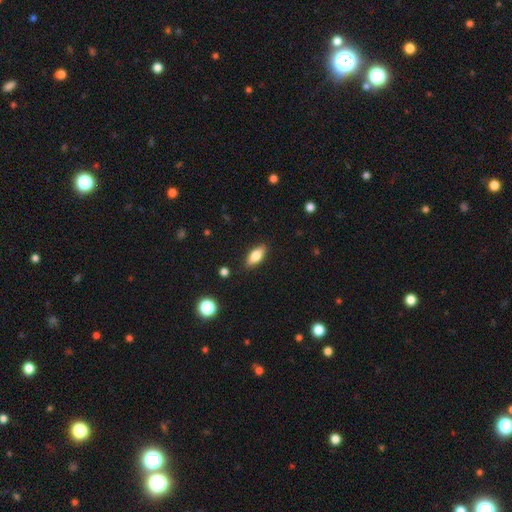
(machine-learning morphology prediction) Smooth or featured? smooth (79%)
How rounded? in between (83%)
Merging? none (87%)